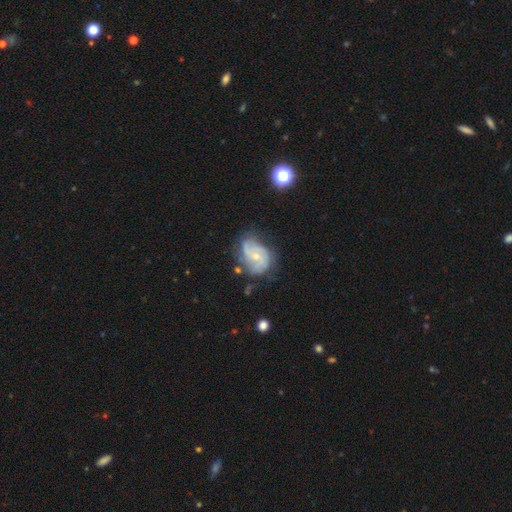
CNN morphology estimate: This is likely a featured or disk galaxy (74%). It is clearly not viewed edge-on (97%). Bar: likely no (64%). Spiral arm pattern: clearly yes (89%). Spiral arm count: marginally 2 (41%). Spiral winding: marginally medium (44%). Central bulge: likely small (62%). Merging: possibly none (50%).